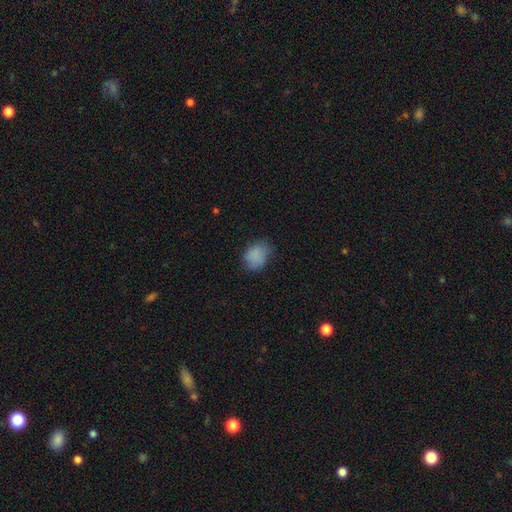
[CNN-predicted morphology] A smooth galaxy with no disk features (82%) that is in between round and cigar-shaped (59%). Merging: none (60%).